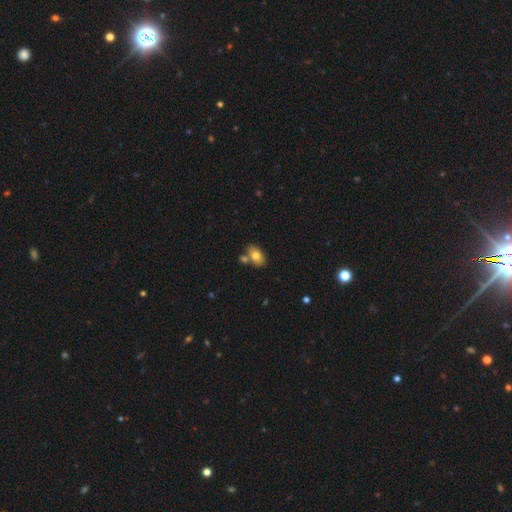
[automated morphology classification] smooth 77%, featured or disk 14%, star or artifact 9%. Down the decision tree: how rounded — in between (87%); merging — none (64%).